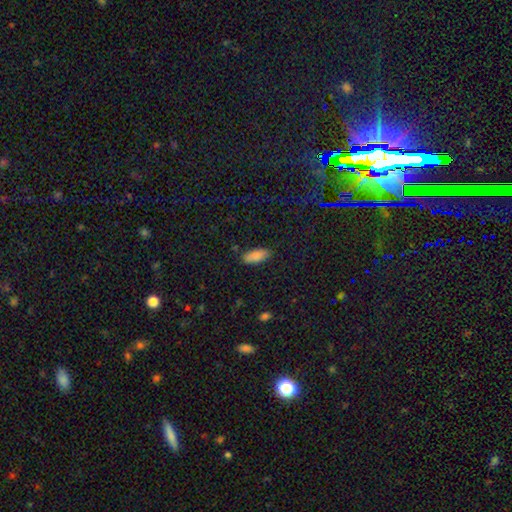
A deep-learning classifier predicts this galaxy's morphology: A smooth galaxy with no disk features (86%) that is in between round and cigar-shaped (82%).

Vote fractions:
- Smooth or featured? smooth: 86% / star or artifact: 7% / featured or disk: 6%
- How rounded? in between: 82% / cigar-shaped: 17% / round: 2%
- Merging? none: 85% / minor disturbance: 11% / major disturbance: 2% / merger: 2%